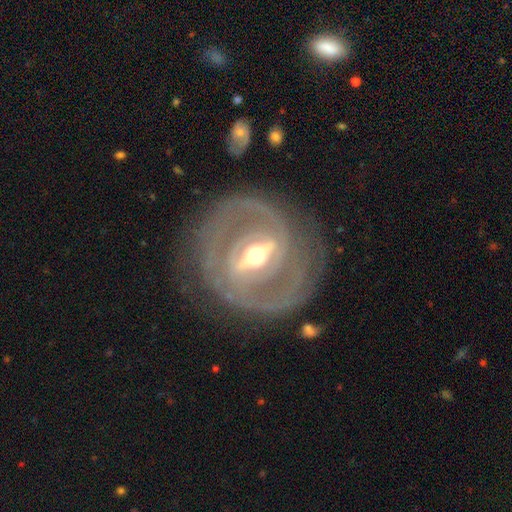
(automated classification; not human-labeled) A featured or disk galaxy (88%) with a strong bar (69%), 2 (64%) tight (61%) spiral arms (85%) and a moderate central bulge (68%).

Vote fractions:
- Smooth or featured? featured or disk: 88% / smooth: 7% / star or artifact: 5%
- Edge-on disk? no: 93% / yes: 7%
- Bar? strong: 69% / weak: 23% / no: 8%
- Spiral arms? yes: 85% / no: 15%
- Spiral winding? tight: 61% / medium: 29% / loose: 10%
- Spiral arm count? 2: 64% / can't tell: 18% / 3: 8% / 1: 4% / 4: 3% / more than 4: 3%
- Bulge size? moderate: 68% / small: 21% / large: 9% / dominant: 1% / none: 1%
- Merging? none: 76% / minor disturbance: 14% / major disturbance: 8% / merger: 2%